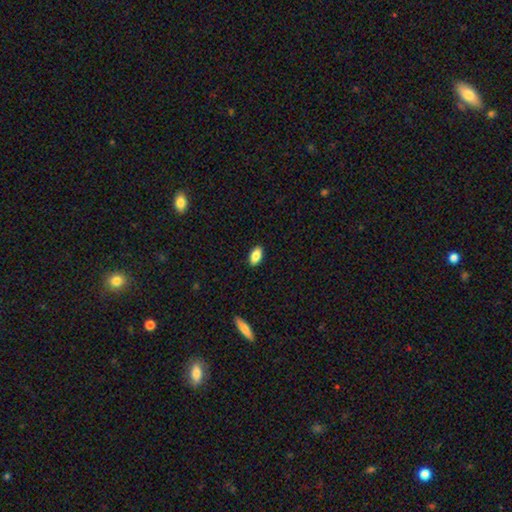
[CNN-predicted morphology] A smooth galaxy with no disk features (86%) that is in between round and cigar-shaped (92%).

Vote fractions:
- Smooth or featured? smooth: 86% / star or artifact: 7% / featured or disk: 7%
- How rounded? in between: 92% / cigar-shaped: 5% / round: 3%
- Merging? none: 90% / minor disturbance: 7% / major disturbance: 2% / merger: 1%